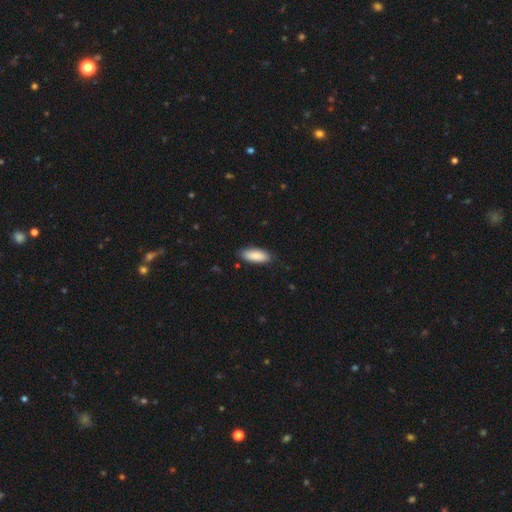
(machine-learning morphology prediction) This appears to be a smooth galaxy with no disk features (89%) that is in between round and cigar-shaped (78%). Merging: none (85%).